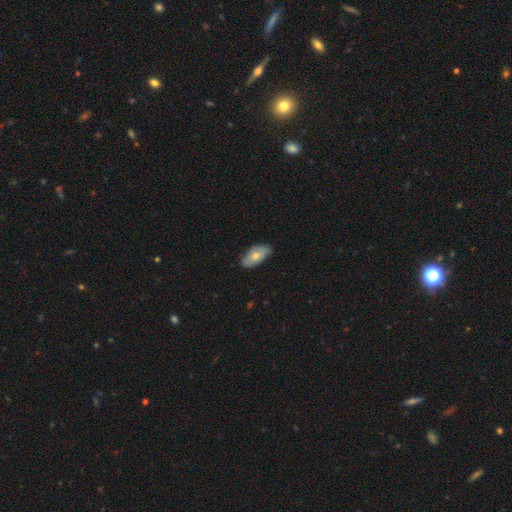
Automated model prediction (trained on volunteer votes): Smooth or featured? Predicted: smooth (p=0.64). How rounded? Predicted: in between (p=0.91). Merging? Predicted: none (p=0.79).